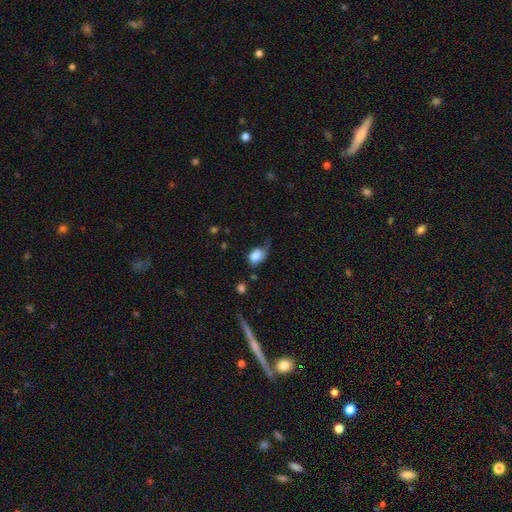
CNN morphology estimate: type=smooth (79%); roundness=in between (73%); merging=minor disturbance (35%).